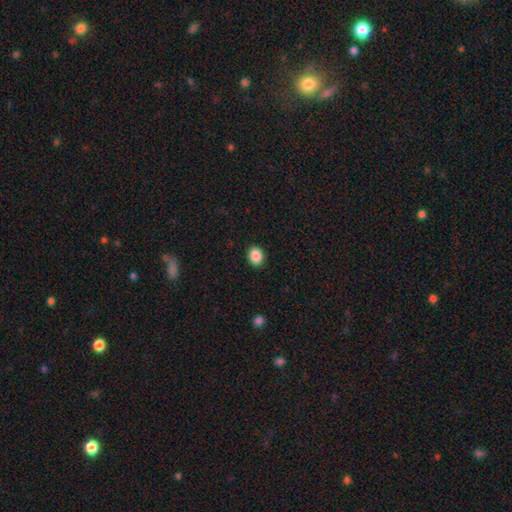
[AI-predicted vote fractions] This appears to be a smooth galaxy with no disk features (88%) that is round (50%). Merging: none (91%).